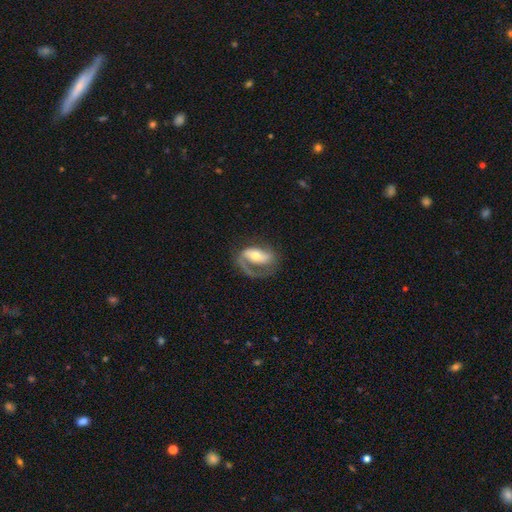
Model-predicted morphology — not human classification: Smooth or featured?
  - featured or disk: 75% *
  - smooth: 19%
  - star or artifact: 5%
Edge-on disk?
  - no: 94% *
  - yes: 6%
Bar?
  - strong: 35% *
  - no: 34%
  - weak: 31%
Spiral arms?
  - yes: 86% *
  - no: 14%
Spiral winding?
  - medium: 42% *
  - loose: 30%
  - tight: 29%
Spiral arm count?
  - 1: 53% *
  - 2: 39%
  - can't tell: 6%
  - 3: 1%
  - 4: 1%
  - more than 4: 1%
Bulge size?
  - moderate: 66% *
  - small: 24%
  - large: 7%
  - none: 1%
  - dominant: 1%
Merging?
  - none: 47% *
  - major disturbance: 30%
  - minor disturbance: 20%
  - merger: 2%